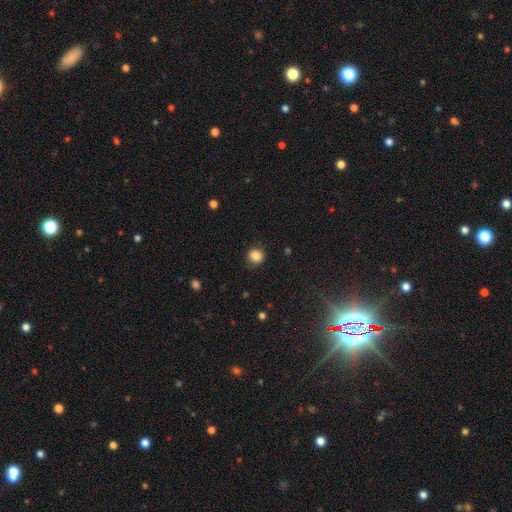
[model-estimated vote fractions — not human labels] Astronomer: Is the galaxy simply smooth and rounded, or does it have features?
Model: smooth — 85%.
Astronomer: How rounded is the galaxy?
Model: round — 89%.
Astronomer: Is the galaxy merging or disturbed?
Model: none — 84%.